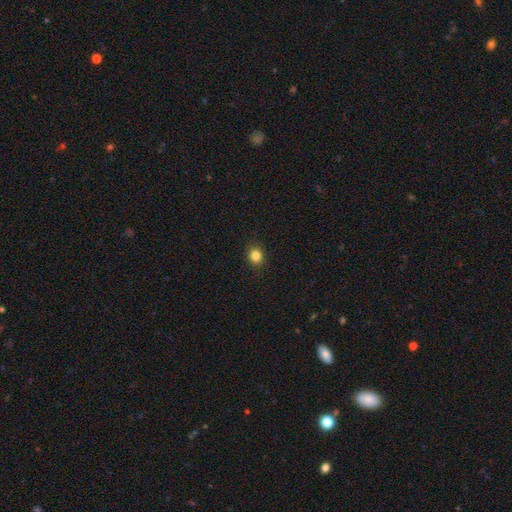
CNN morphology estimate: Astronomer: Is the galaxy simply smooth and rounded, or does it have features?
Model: smooth — 83%.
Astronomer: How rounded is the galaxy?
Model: round — 70%.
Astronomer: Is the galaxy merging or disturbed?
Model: none — 90%.